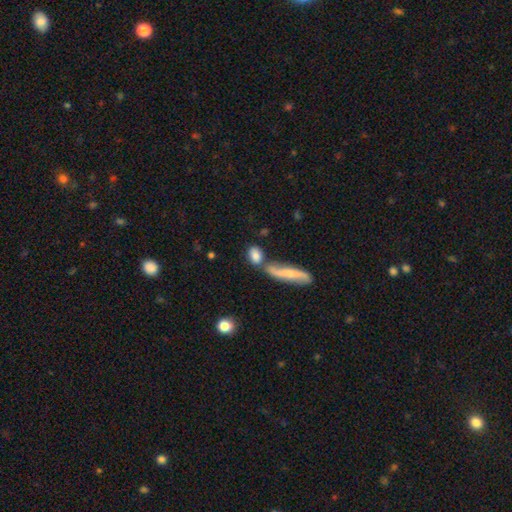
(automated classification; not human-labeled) The model was most divided on "merging": none: 53%, merger: 29%, minor disturbance: 12%, major disturbance: 5%. More confident: smooth or featured — smooth (76%); how rounded — in between (75%).